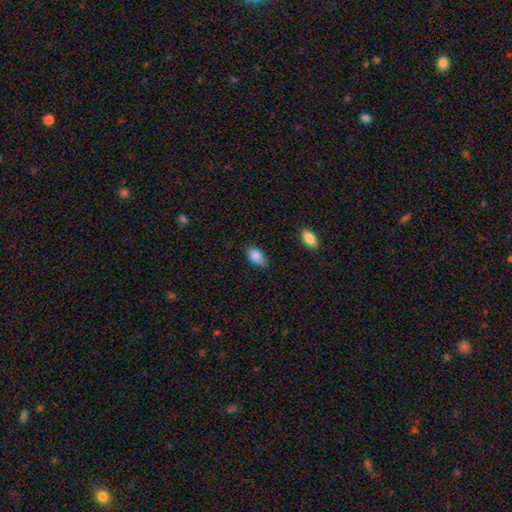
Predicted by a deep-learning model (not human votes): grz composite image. It shows a smooth galaxy with no disk features (87%) that is in between round and cigar-shaped (92%). Merging: none (79%).